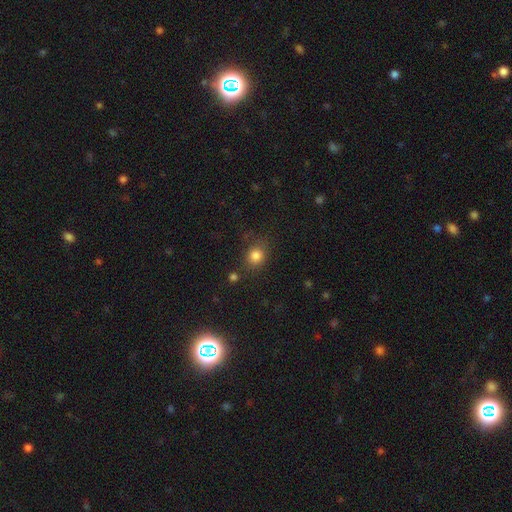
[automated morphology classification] smooth_or_featured: smooth (p=0.82) [alt: star or artifact p=0.12]
how_rounded: round (p=0.75) [alt: in between p=0.24]
merging: none (p=0.75) [alt: minor disturbance p=0.14]